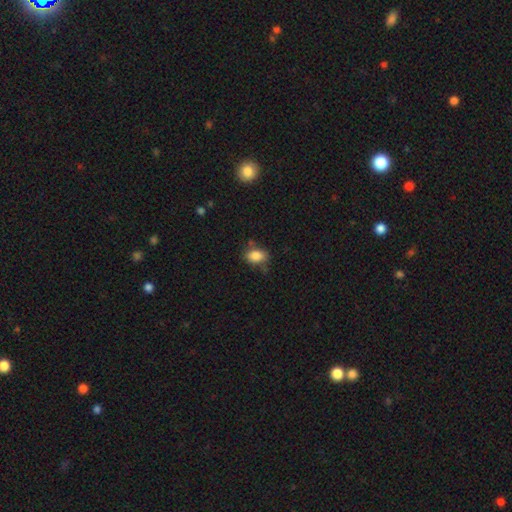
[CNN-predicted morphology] Overall: smooth (84%). How rounded: in between (80%). Merging: none (64%; minor disturbance 25%).